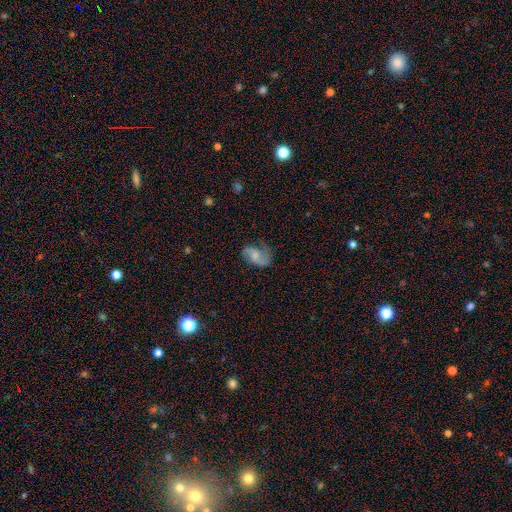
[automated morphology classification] A featured or disk galaxy (61%) with no bar (58%), 2 (75%) loose (48%) spiral arms (88%) and a moderate central bulge (38%).

Vote fractions:
- Smooth or featured? featured or disk: 61% / smooth: 32% / star or artifact: 8%
- Edge-on disk? no: 97% / yes: 3%
- Bar? no: 58% / weak: 34% / strong: 7%
- Spiral arms? yes: 88% / no: 12%
- Spiral winding? loose: 48% / medium: 39% / tight: 13%
- Spiral arm count? 2: 75% / 1: 12% / can't tell: 8% / 3: 2% / 4: 1% / more than 4: 1%
- Bulge size? moderate: 38% / small: 33% / none: 18% / large: 9% / dominant: 2%
- Merging? none: 51% / minor disturbance: 26% / major disturbance: 21% / merger: 2%